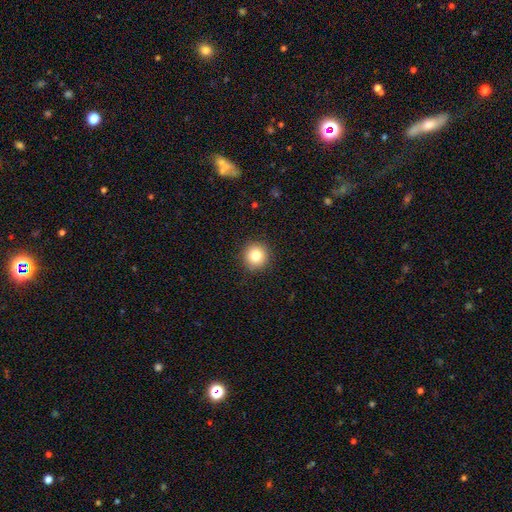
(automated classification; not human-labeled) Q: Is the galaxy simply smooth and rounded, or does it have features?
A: smooth — 81%.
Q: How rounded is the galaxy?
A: round — 94%.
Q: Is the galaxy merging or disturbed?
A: none — 91%.